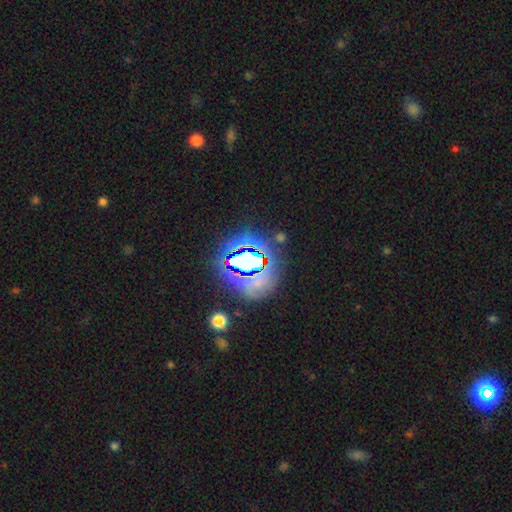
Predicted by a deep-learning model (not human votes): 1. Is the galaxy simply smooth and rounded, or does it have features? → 82% star or artifact, 11% smooth, 7% featured or disk.